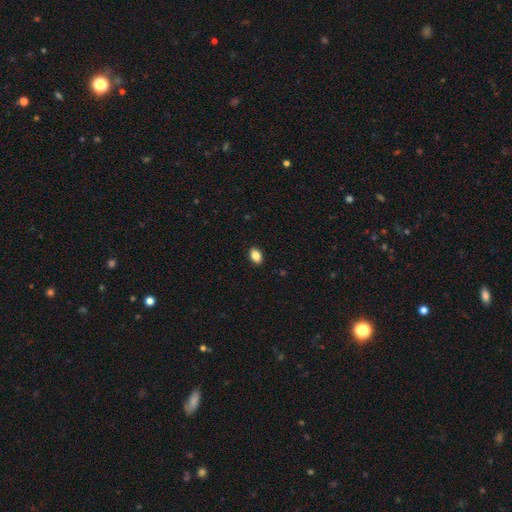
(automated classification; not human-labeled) This is clearly a smooth galaxy (86%). How rounded: clearly in between (85%). Merging: clearly none (90%).